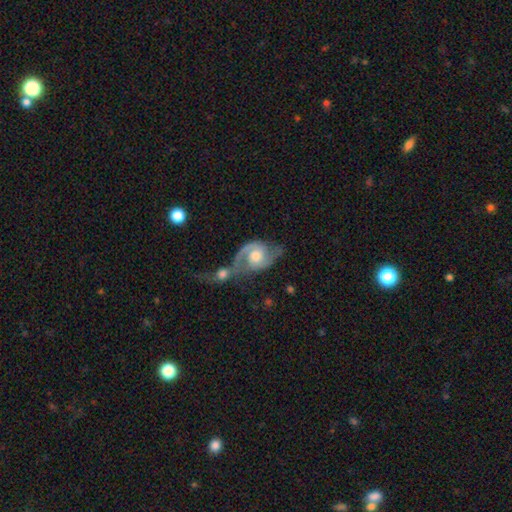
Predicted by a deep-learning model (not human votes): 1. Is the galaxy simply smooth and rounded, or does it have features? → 81% featured or disk, 14% smooth, 6% star or artifact.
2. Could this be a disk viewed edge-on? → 96% no, 4% yes.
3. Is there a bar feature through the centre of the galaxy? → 64% no, 30% weak, 6% strong.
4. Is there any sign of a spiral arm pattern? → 93% yes, 7% no.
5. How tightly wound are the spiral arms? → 46% medium, 30% loose, 24% tight.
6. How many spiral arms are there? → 85% 2, 6% 1, 5% can't tell, 1% 3, 1% 4, 1% more than 4.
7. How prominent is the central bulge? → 53% moderate, 32% large, 9% small, 4% none, 3% dominant.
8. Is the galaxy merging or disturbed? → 54% merger, 21% none, 14% major disturbance, 11% minor disturbance.